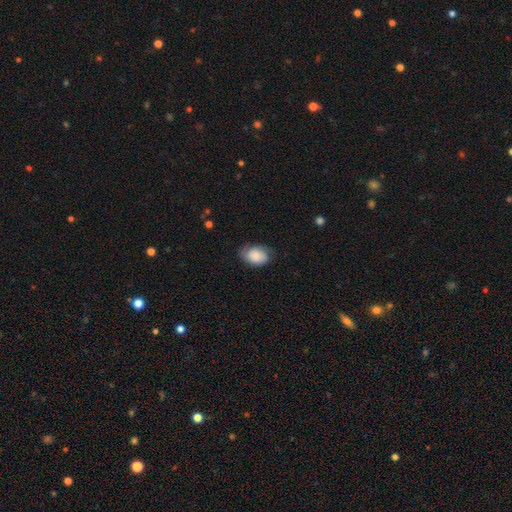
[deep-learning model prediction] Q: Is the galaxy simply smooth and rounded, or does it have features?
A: smooth — 75%.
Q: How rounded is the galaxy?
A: in between — 80%.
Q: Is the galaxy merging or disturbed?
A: none — 62%.